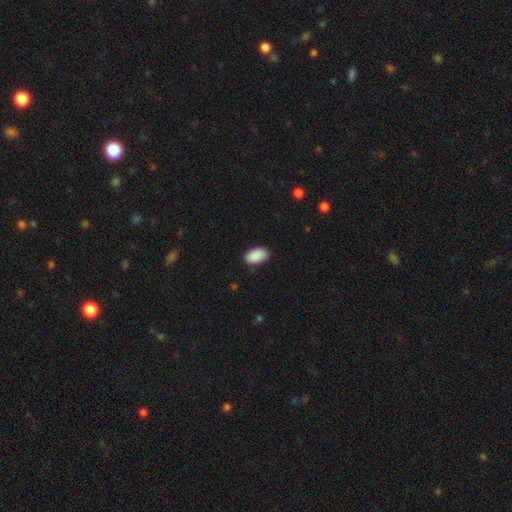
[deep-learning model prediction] Overall: smooth (91%). How rounded: in between (95%). Merging: none (85%).